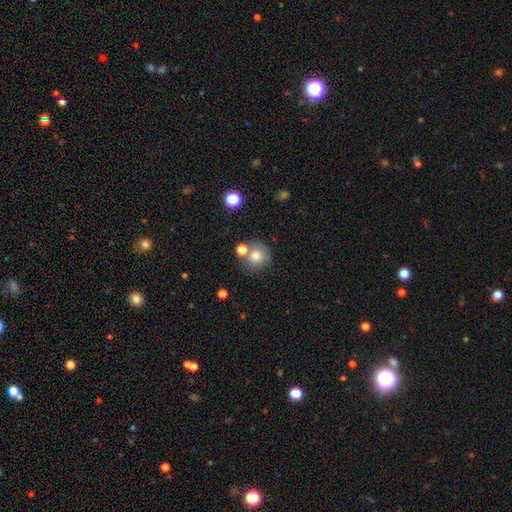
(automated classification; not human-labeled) smooth-or-featured: smooth: 78% | featured or disk: 11% | star or artifact: 11%
  how-rounded: round: 90% | in between: 9% | cigar-shaped: 1%
  merging: none: 62% | merger: 22% | minor disturbance: 12% | major disturbance: 5%